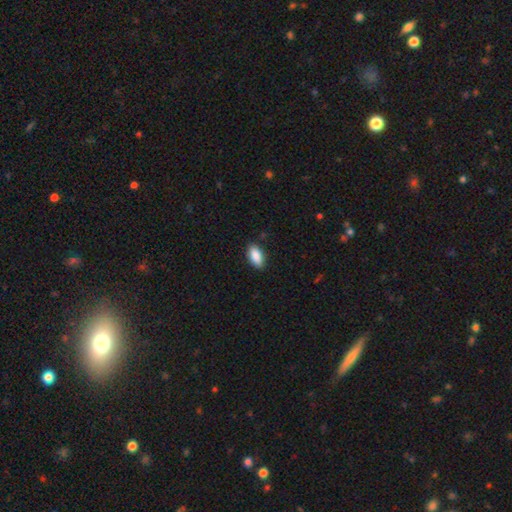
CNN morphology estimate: smooth_or_featured: smooth (p=0.89) [alt: star or artifact p=0.07]
how_rounded: in between (p=0.92) [alt: cigar-shaped p=0.05]
merging: none (p=0.88) [alt: minor disturbance p=0.09]